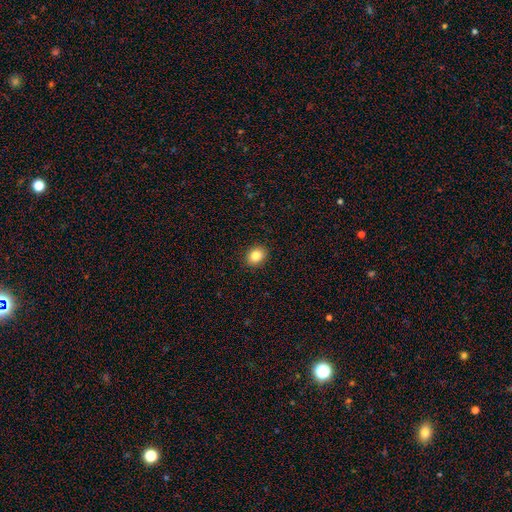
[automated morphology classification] smooth_or_featured: smooth (p=0.84) [alt: star or artifact p=0.10]
how_rounded: round (p=0.54) [alt: in between p=0.45]
merging: none (p=0.91) [alt: minor disturbance p=0.06]